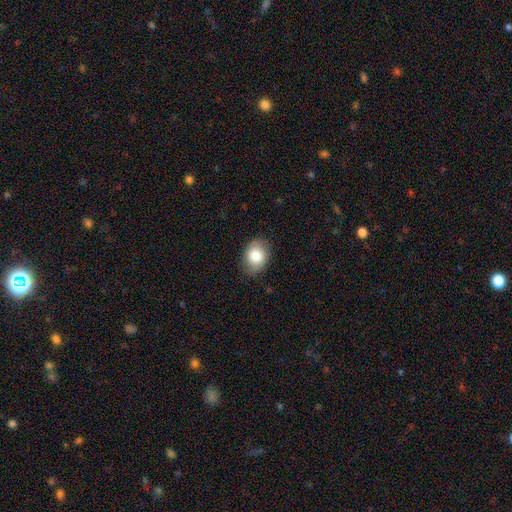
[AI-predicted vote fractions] Morphology: type=smooth (81%); roundness=in between (66%); merging=none (83%).